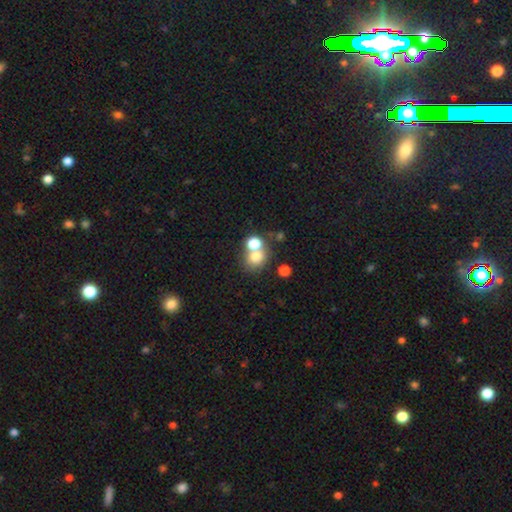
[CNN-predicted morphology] Smooth or featured?
  - smooth: 73% *
  - star or artifact: 15%
  - featured or disk: 12%
How rounded?
  - round: 74% *
  - in between: 25%
  - cigar-shaped: 1%
Merging?
  - none: 45% *
  - merger: 43%
  - minor disturbance: 7%
  - major disturbance: 4%